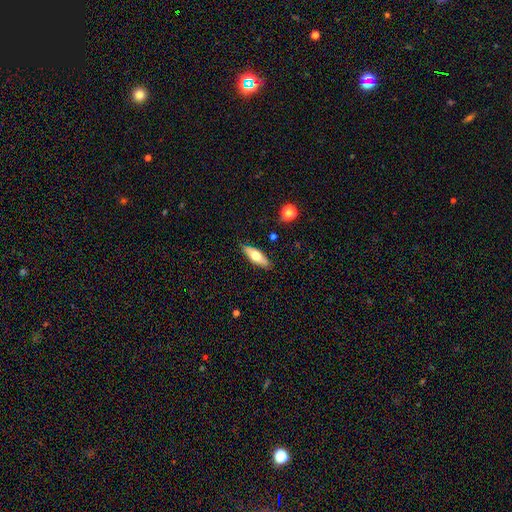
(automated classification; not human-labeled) A smooth galaxy with no disk features (60%) that is in between round and cigar-shaped (60%). Merging: none (84%).